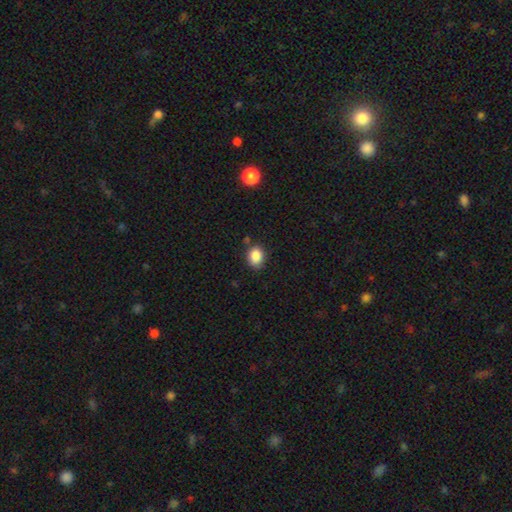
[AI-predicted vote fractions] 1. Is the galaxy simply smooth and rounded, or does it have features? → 86% smooth, 10% star or artifact, 4% featured or disk.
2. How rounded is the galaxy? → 57% in between, 42% round, 1% cigar-shaped.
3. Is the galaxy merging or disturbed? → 78% none, 16% minor disturbance, 4% merger, 3% major disturbance.